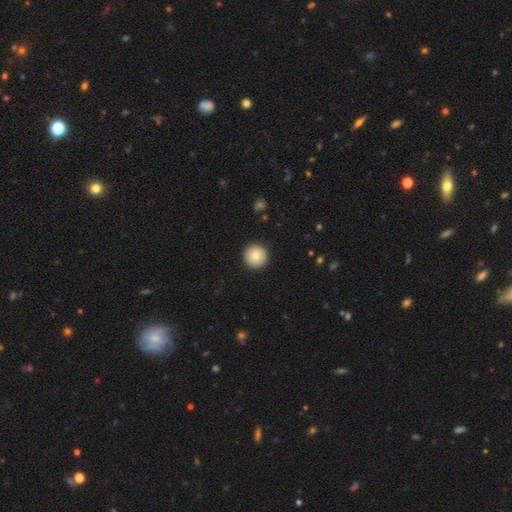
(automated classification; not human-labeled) smooth 82%, featured or disk 10%, star or artifact 8%. Down the decision tree: how rounded — round (97%); merging — none (93%).